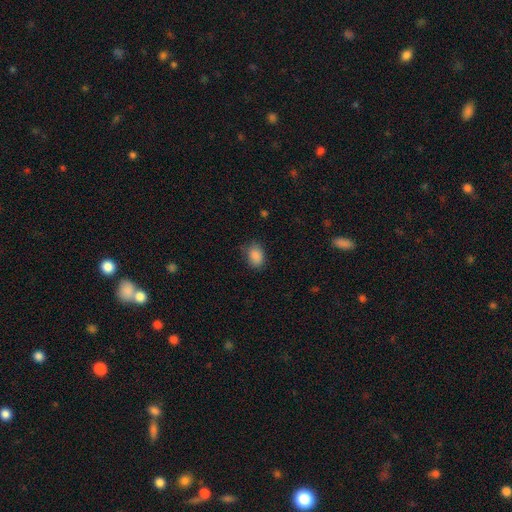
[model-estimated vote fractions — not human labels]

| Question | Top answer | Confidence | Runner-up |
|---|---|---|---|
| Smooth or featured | smooth | 88% | star or artifact (8%) |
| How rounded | in between | 79% | round (20%) |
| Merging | none | 74% | minor disturbance (20%) |